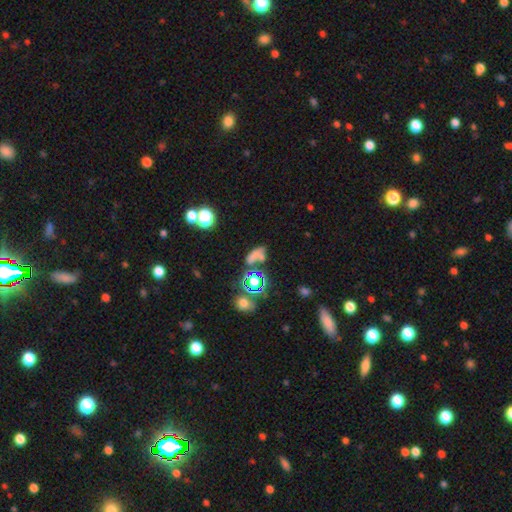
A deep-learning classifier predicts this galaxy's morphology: Smooth or featured? smooth (57%)
How rounded? in between (68%)
Merging? none (38%)